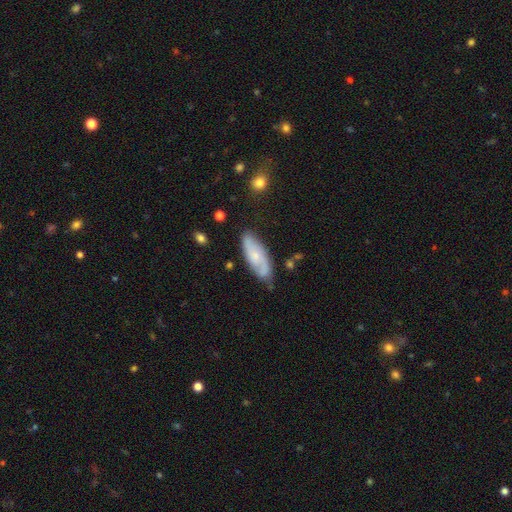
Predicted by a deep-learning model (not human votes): Overall: featured or disk (53%; smooth 40%). Edge-on disk: no (87%). Merging: none (72%).